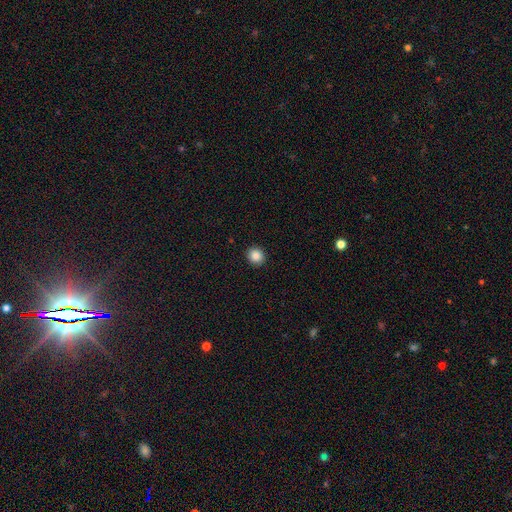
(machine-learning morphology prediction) Smooth or featured?
  - smooth: 87% *
  - star or artifact: 10%
  - featured or disk: 4%
How rounded?
  - round: 87% *
  - in between: 13%
  - cigar-shaped: 1%
Merging?
  - none: 92% *
  - minor disturbance: 5%
  - major disturbance: 2%
  - merger: 1%